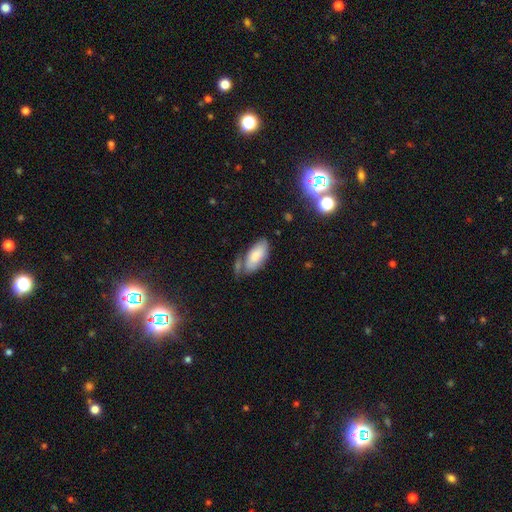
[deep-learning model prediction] Smooth or featured?
  - smooth: 78% *
  - featured or disk: 15%
  - star or artifact: 6%
How rounded?
  - in between: 90% *
  - cigar-shaped: 8%
  - round: 2%
Merging?
  - none: 50% *
  - minor disturbance: 25%
  - merger: 16%
  - major disturbance: 10%